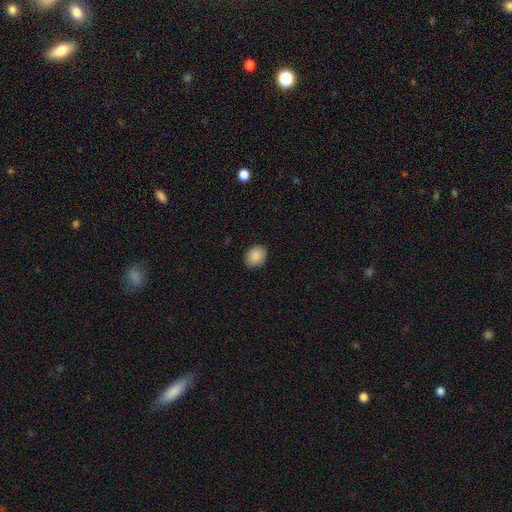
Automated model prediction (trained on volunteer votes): Smooth or featured? smooth (89%)
How rounded? in between (57%)
Merging? none (88%)